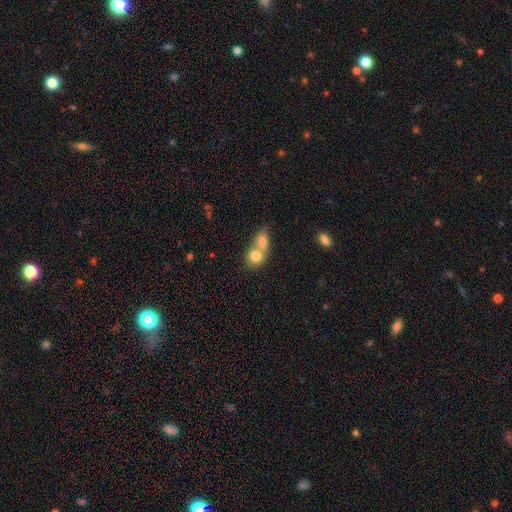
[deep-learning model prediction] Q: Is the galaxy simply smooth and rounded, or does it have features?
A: smooth — 77%.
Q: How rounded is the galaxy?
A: round — 60%.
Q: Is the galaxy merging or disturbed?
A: merger — 72%.